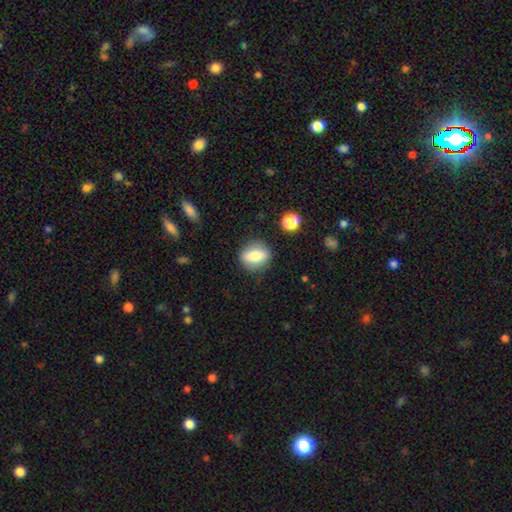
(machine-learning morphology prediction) A smooth galaxy with no disk features (70%) that is in between round and cigar-shaped (49%). Merging: none (85%).